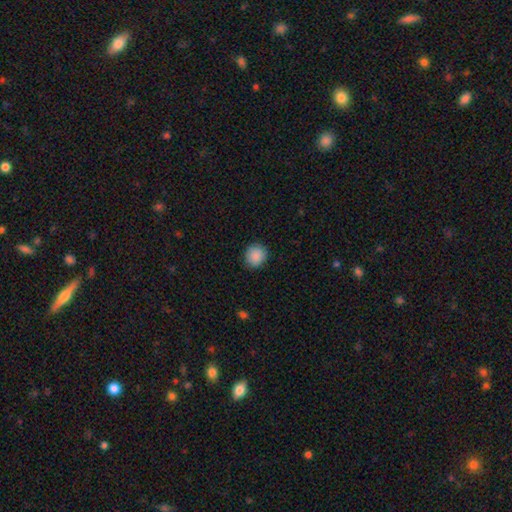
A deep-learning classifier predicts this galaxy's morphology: This is clearly a smooth galaxy (89%). How rounded: likely round (80%). Merging: clearly none (89%).